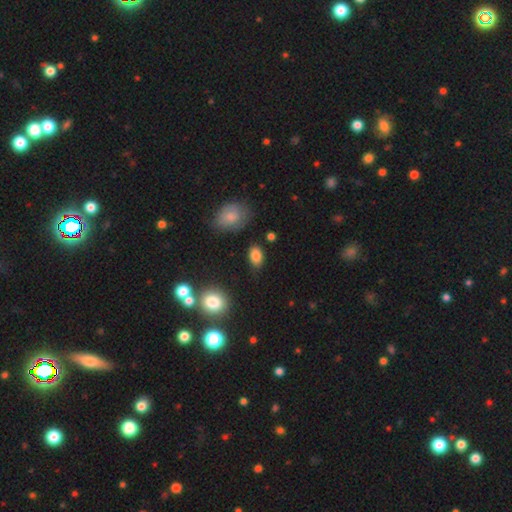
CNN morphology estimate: This appears to be a smooth galaxy with no disk features (84%) that is in between round and cigar-shaped (85%). Merging: none (75%).